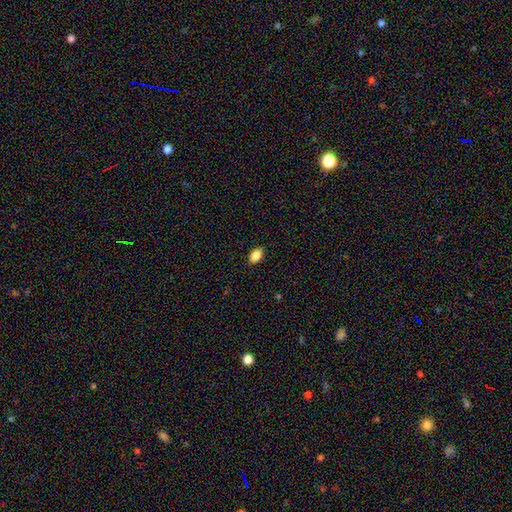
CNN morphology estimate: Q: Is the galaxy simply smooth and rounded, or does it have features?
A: smooth — 87%.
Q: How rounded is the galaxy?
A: in between — 85%.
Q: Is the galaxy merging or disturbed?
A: none — 89%.